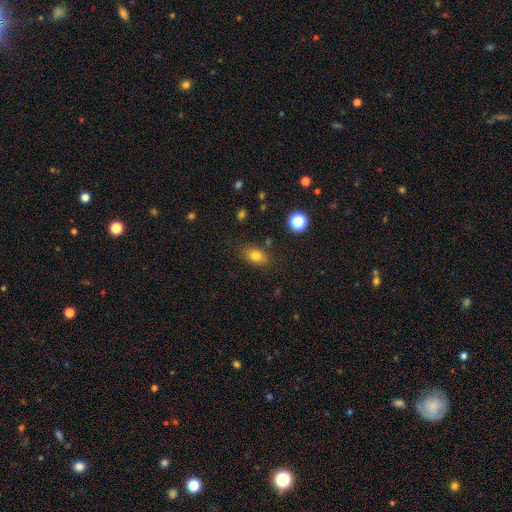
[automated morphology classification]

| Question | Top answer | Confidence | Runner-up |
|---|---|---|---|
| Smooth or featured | smooth | 79% | star or artifact (12%) |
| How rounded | in between | 78% | round (19%) |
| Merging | none | 80% | minor disturbance (13%) |